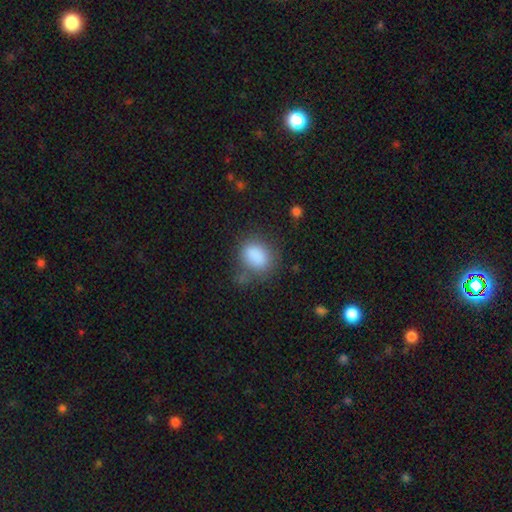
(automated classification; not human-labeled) smooth_or_featured: smooth (p=0.85) [alt: star or artifact p=0.09]
how_rounded: in between (p=0.58) [alt: round p=0.41]
merging: none (p=0.60) [alt: minor disturbance p=0.22]